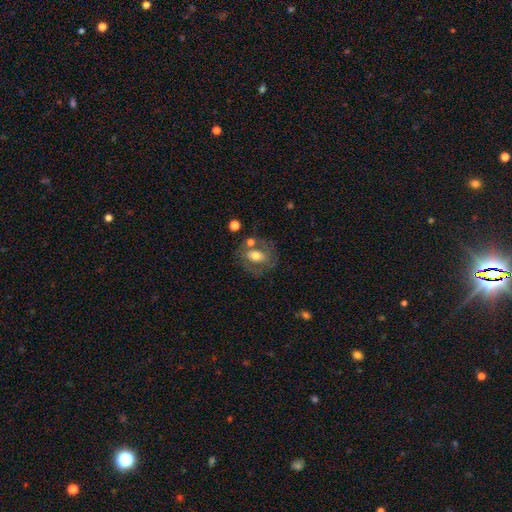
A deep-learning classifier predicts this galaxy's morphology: This is possibly a featured or disk galaxy (46%, tied with smooth). Merging: likely none (60%).